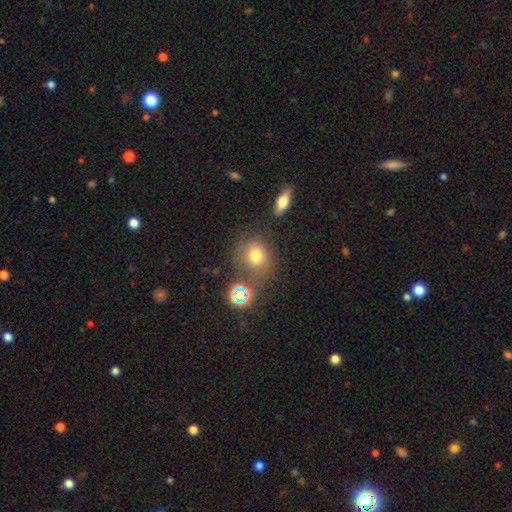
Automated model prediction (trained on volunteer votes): Morphology: type=smooth (71%); roundness=round (71%); merging=none (66%).